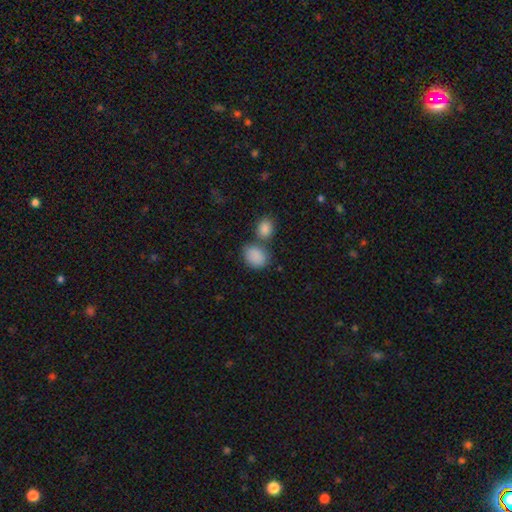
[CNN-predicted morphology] smooth_or_featured: smooth (p=0.88) [alt: star or artifact p=0.08]
how_rounded: in between (p=0.62) [alt: round p=0.37]
merging: none (p=0.55) [alt: merger p=0.27]